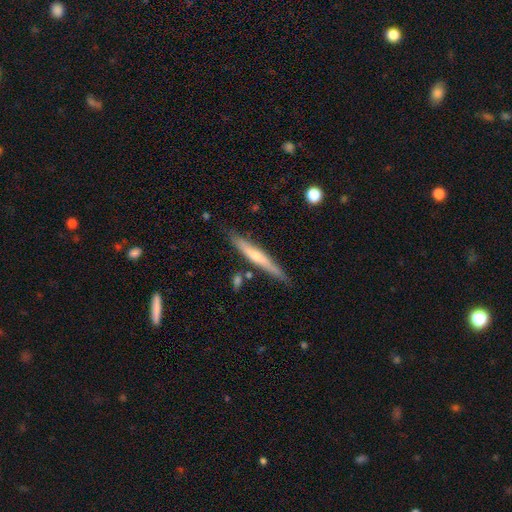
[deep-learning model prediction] Morphology: type=featured or disk (53%); edge-on=yes (94%); merging=none (82%).